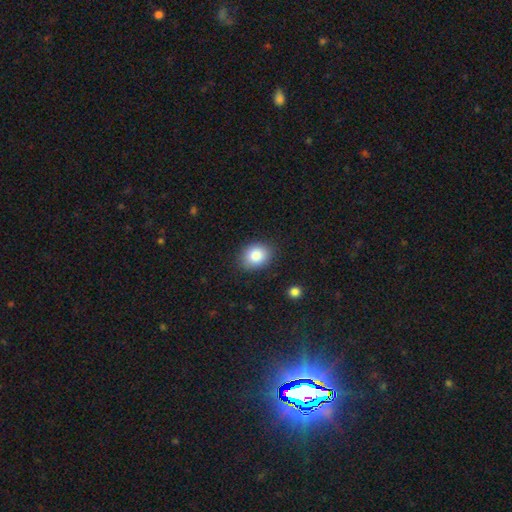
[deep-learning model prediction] Morphology: type=smooth (83%); roundness=in between (51%); merging=none (86%).